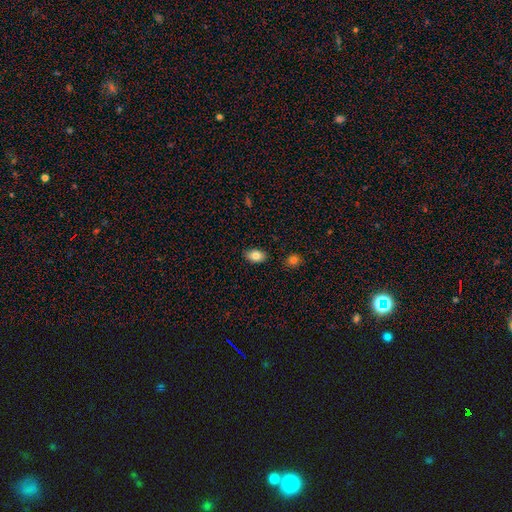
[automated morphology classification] A smooth galaxy with no disk features (83%) that is in between round and cigar-shaped (88%). Merging: none (87%).